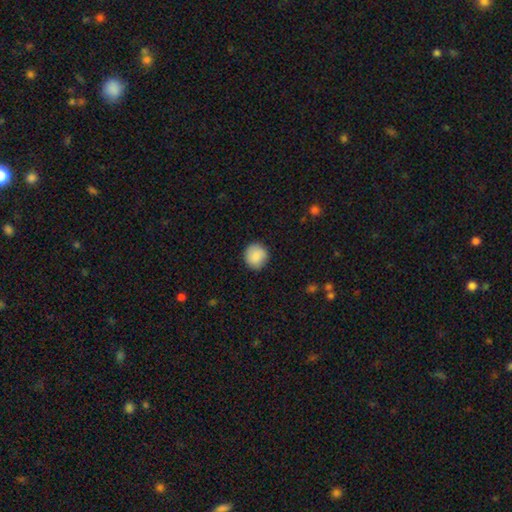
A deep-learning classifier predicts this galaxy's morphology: Overall: smooth (87%). How rounded: round (92%). Merging: none (88%).